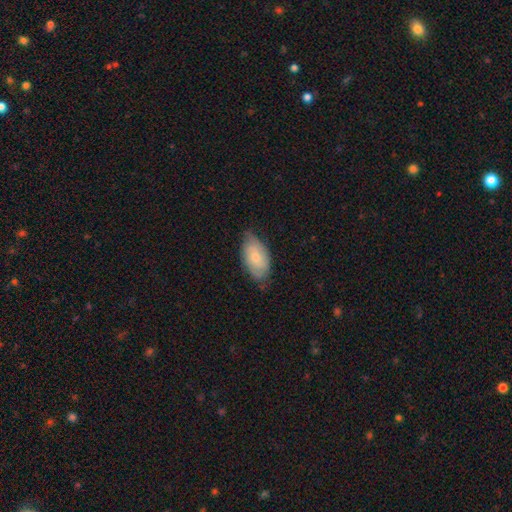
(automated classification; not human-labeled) Q: Smooth or featured?
A: smooth (57%); runner-up: featured or disk (37%)
Q: How rounded?
A: in between (93%); runner-up: round (4%)
Q: Merging?
A: none (62%); runner-up: minor disturbance (31%)